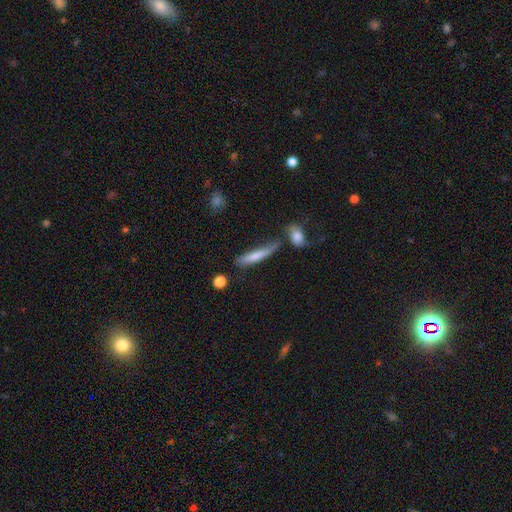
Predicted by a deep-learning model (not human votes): Smooth or featured?
  - smooth: 70% *
  - featured or disk: 23%
  - star or artifact: 7%
How rounded?
  - cigar-shaped: 84% *
  - in between: 14%
  - round: 2%
Merging?
  - none: 47% *
  - minor disturbance: 23%
  - merger: 18%
  - major disturbance: 12%